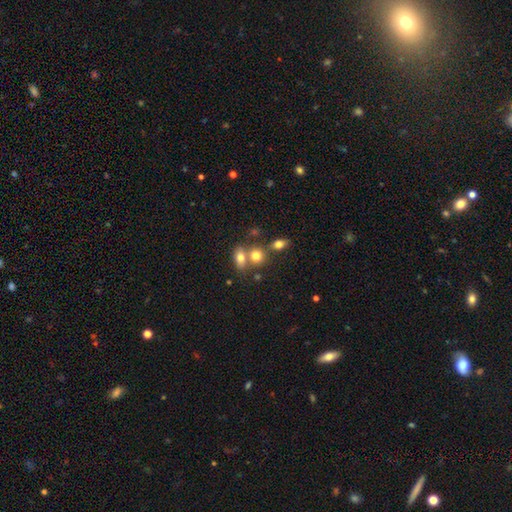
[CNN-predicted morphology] The model was most divided on "merging": merger: 44%, none: 42%, minor disturbance: 10%, major disturbance: 4%. More confident: smooth or featured — smooth (76%); how rounded — round (52%).